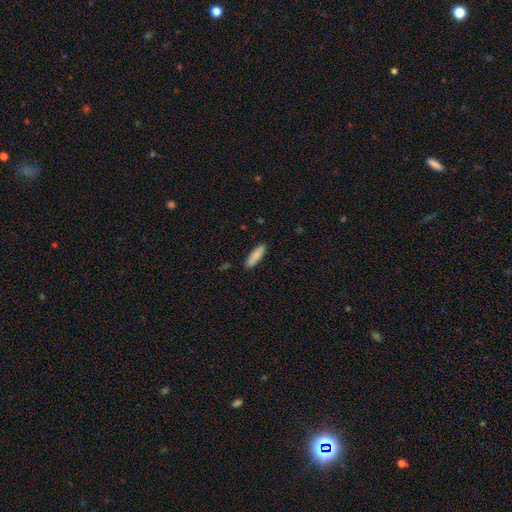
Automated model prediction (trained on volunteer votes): Smooth or featured?
  - smooth: 87% *
  - featured or disk: 7%
  - star or artifact: 6%
How rounded?
  - cigar-shaped: 58% *
  - in between: 41%
  - round: 2%
Merging?
  - none: 89% *
  - minor disturbance: 8%
  - major disturbance: 2%
  - merger: 1%